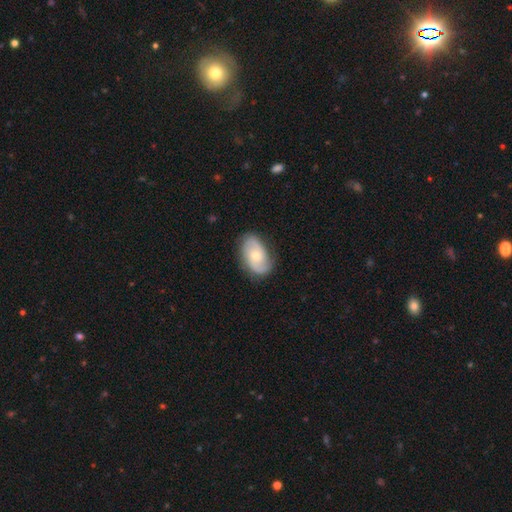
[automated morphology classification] Smooth or featured? featured or disk (66%)
Edge-on disk? no (96%)
Bar? no (67%)
Spiral arms? yes (90%)
Spiral winding? medium (44%)
Spiral arm count? 2 (76%)
Bulge size? moderate (54%)
Merging? none (77%)